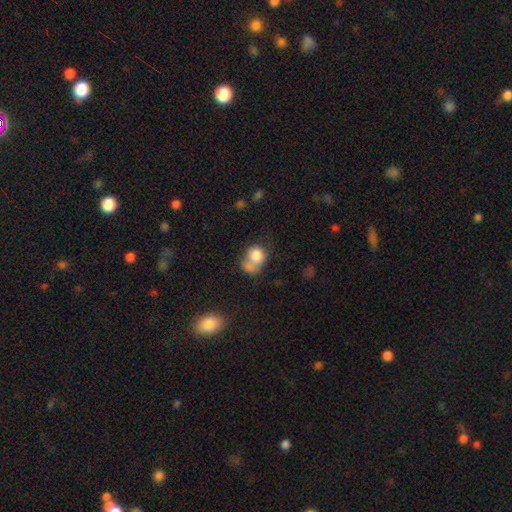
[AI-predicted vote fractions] smooth-or-featured: smooth: 80% | featured or disk: 12% | star or artifact: 9%
  how-rounded: round: 64% | in between: 35% | cigar-shaped: 1%
  merging: merger: 46% | none: 28% | minor disturbance: 14% | major disturbance: 13%